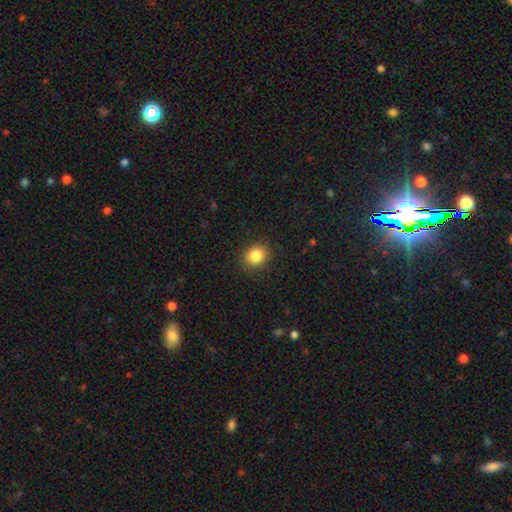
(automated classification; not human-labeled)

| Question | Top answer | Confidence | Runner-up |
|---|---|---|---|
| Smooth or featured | smooth | 85% | star or artifact (10%) |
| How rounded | round | 71% | in between (28%) |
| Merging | none | 89% | minor disturbance (7%) |